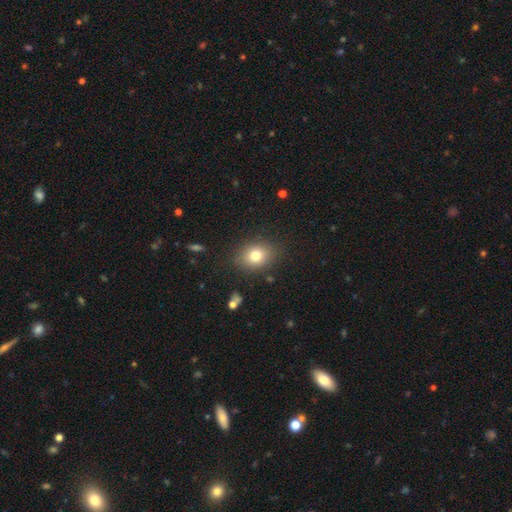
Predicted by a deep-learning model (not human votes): The model was most divided on "how rounded": in between: 54%, round: 45%, cigar-shaped: 1%. More confident: merging — none (84%); smooth or featured — smooth (78%).